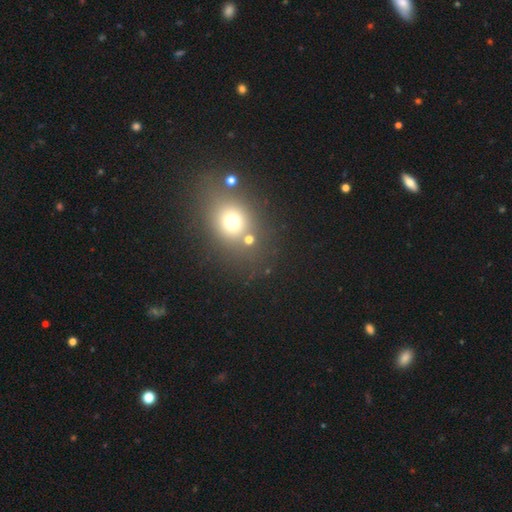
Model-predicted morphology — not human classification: Smooth or featured: smooth — 59% (star or artifact — 29%)
How rounded: round — 51% (in between — 47%)
Merging: none — 79% (minor disturbance — 9%)